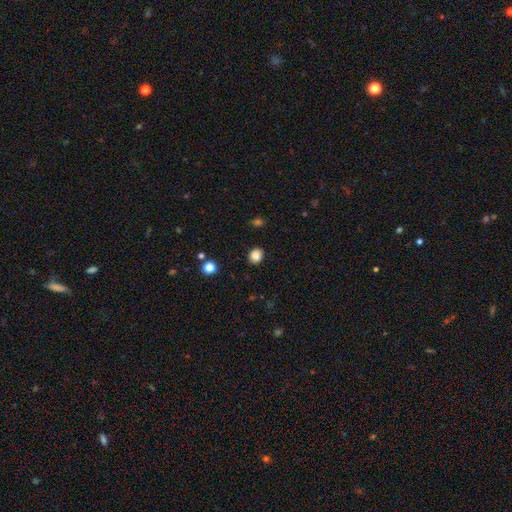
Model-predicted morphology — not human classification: This appears to be a smooth galaxy with no disk features (85%) that is round (66%). Merging: none (88%).